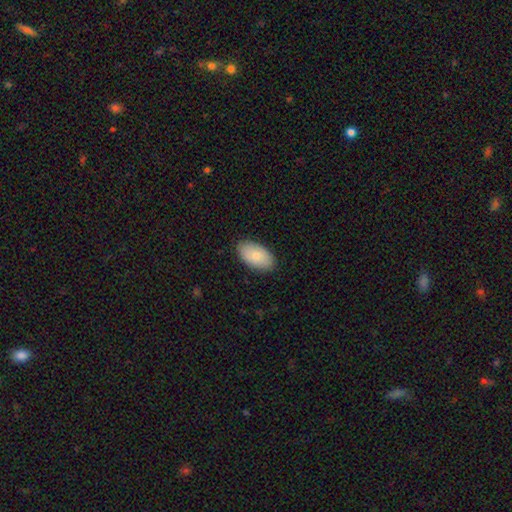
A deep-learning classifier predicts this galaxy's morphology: Overall: smooth (84%). How rounded: in between (95%). Merging: none (87%).